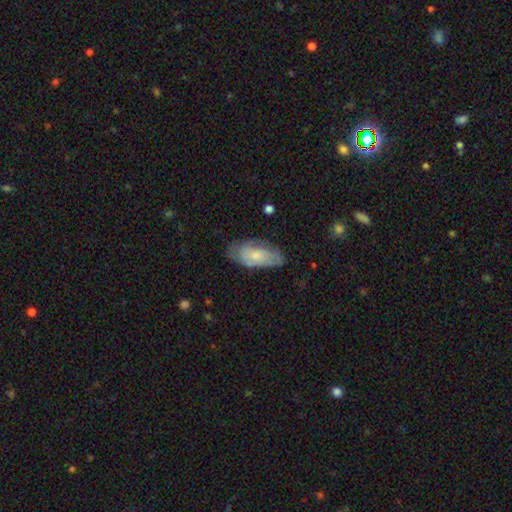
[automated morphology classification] Q: Smooth or featured?
A: smooth (59%); runner-up: featured or disk (35%)
Q: How rounded?
A: in between (88%); runner-up: cigar-shaped (9%)
Q: Merging?
A: none (64%); runner-up: minor disturbance (27%)